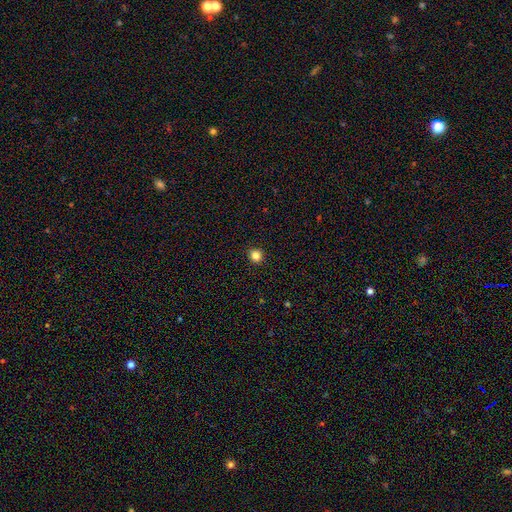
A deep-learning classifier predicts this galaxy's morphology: This appears to be a smooth galaxy with no disk features (83%) that is round (93%). Merging: none (93%).